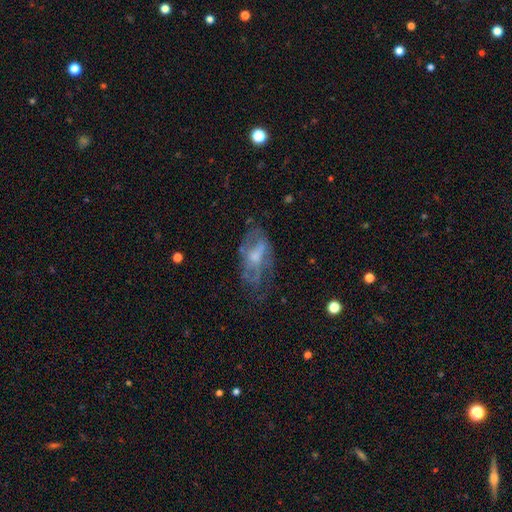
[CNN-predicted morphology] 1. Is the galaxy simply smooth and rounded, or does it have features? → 59% featured or disk, 31% smooth, 10% star or artifact.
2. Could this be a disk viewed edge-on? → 92% no, 8% yes.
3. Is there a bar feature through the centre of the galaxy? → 58% no, 33% weak, 9% strong.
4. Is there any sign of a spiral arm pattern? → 57% no, 43% yes.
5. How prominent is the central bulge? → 41% moderate, 36% small, 16% none, 6% large, 1% dominant.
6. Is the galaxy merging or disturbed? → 44% none, 28% major disturbance, 25% minor disturbance, 3% merger.